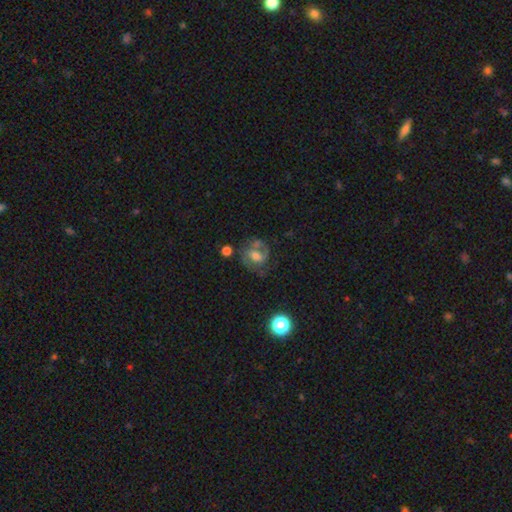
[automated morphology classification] type=featured or disk (68%); edge-on=no (97%); bar=weak (43%); spiral arms=yes (84%); winding=medium (49%); arm count=2 (75%); bulge=moderate (55%); merging=none (61%).